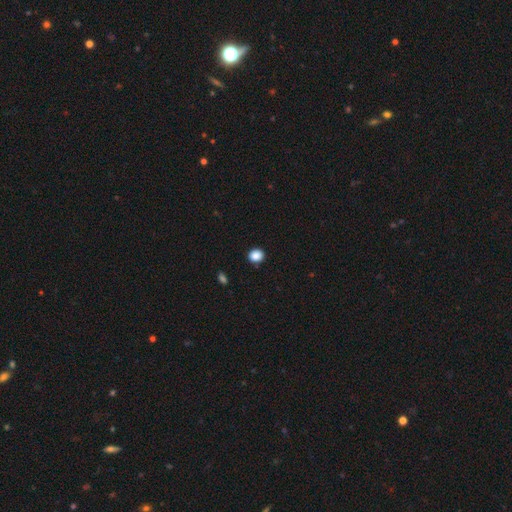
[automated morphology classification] This is clearly a smooth galaxy (87%). How rounded: likely round (78%). Merging: clearly none (89%).